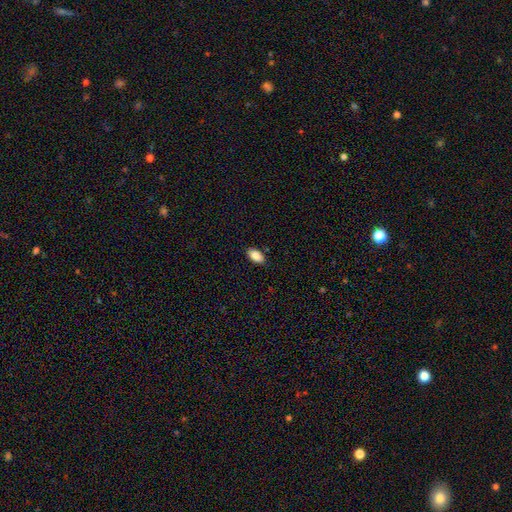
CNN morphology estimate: This appears to be a smooth galaxy with no disk features (89%) that is in between round and cigar-shaped (94%). Merging: none (88%).